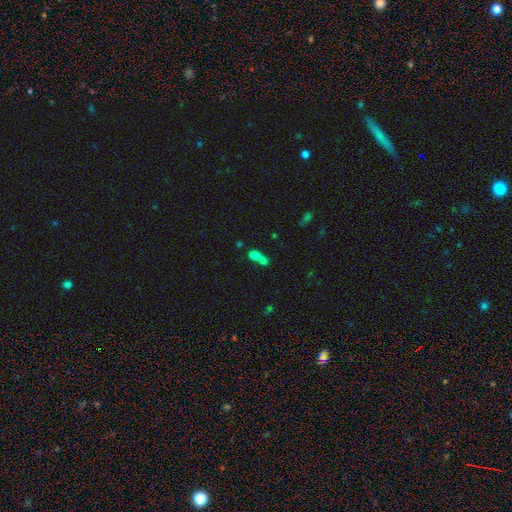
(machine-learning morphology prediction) This appears to be a smooth galaxy with no disk features (69%) that is in between round and cigar-shaped (59%). Merging: merger (69%).